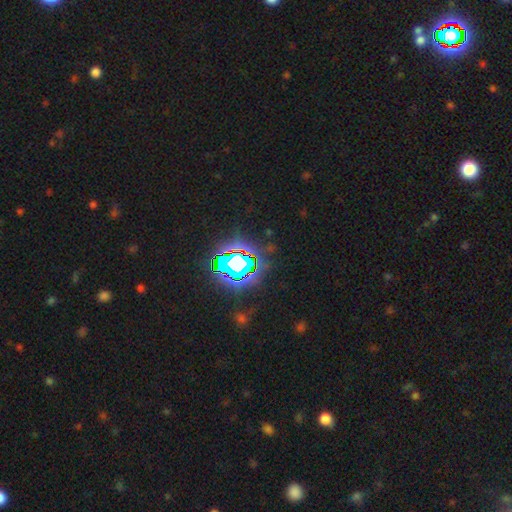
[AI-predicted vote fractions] Smooth or featured? Predicted: star or artifact (p=0.82).